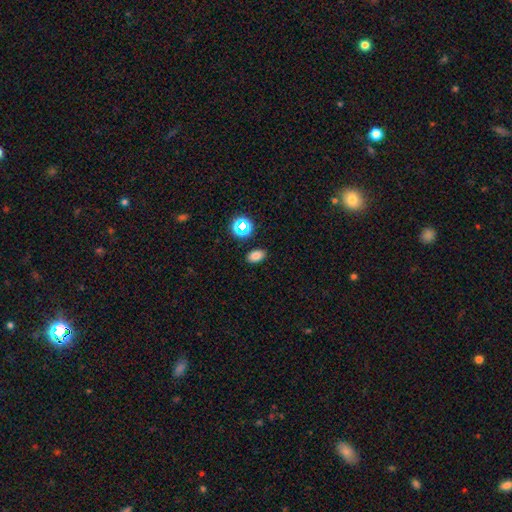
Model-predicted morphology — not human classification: smooth 77%, star or artifact 16%, featured or disk 7%. Down the decision tree: how rounded — in between (85%); merging — none (87%).